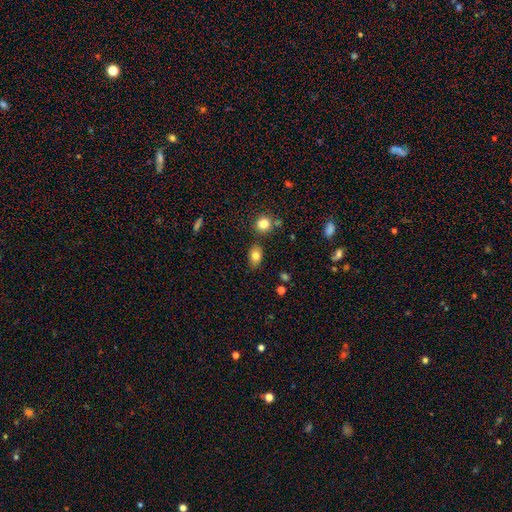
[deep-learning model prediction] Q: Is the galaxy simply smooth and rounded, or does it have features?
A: smooth — 80%.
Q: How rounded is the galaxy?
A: in between — 83%.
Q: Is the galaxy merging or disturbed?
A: none — 79%.